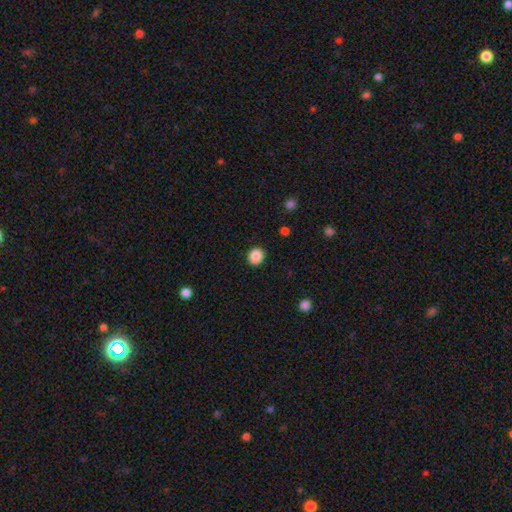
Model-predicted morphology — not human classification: Smooth or featured? Predicted: smooth (p=0.87). How rounded? Predicted: round (p=0.75). Merging? Predicted: none (p=0.89).